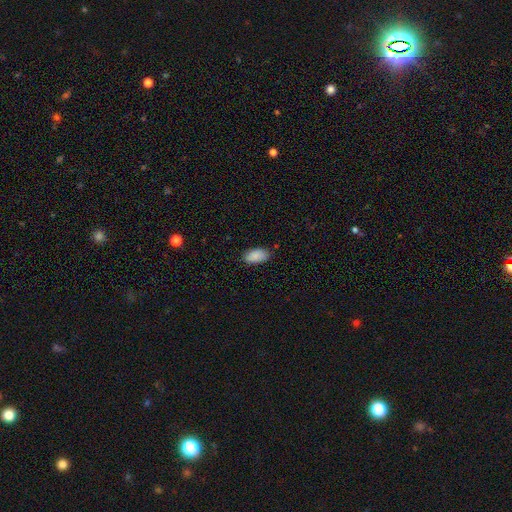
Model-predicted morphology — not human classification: Q: Smooth or featured?
A: smooth (88%); runner-up: star or artifact (7%)
Q: How rounded?
A: in between (94%); runner-up: cigar-shaped (3%)
Q: Merging?
A: none (84%); runner-up: minor disturbance (12%)